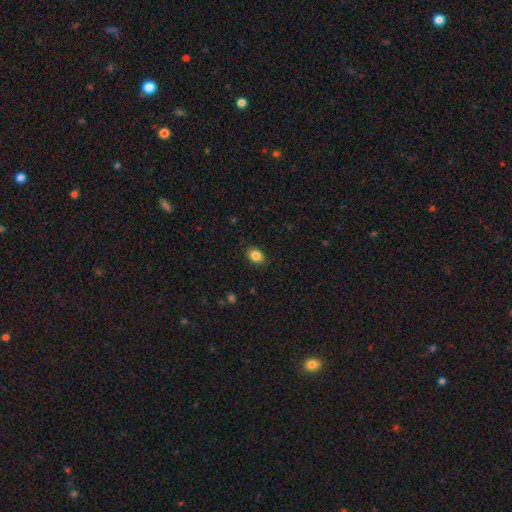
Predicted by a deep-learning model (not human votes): The model was most divided on "how rounded": in between: 74%, round: 25%, cigar-shaped: 1%. More confident: merging — none (88%); smooth or featured — smooth (86%).